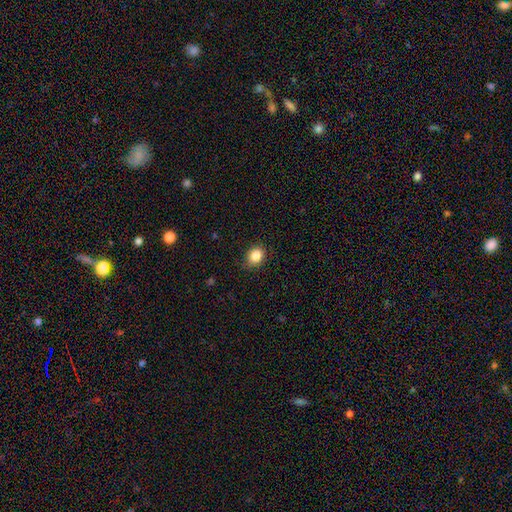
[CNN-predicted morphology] Q: Smooth or featured?
A: smooth (85%); runner-up: star or artifact (10%)
Q: How rounded?
A: round (58%); runner-up: in between (41%)
Q: Merging?
A: none (83%); runner-up: minor disturbance (13%)